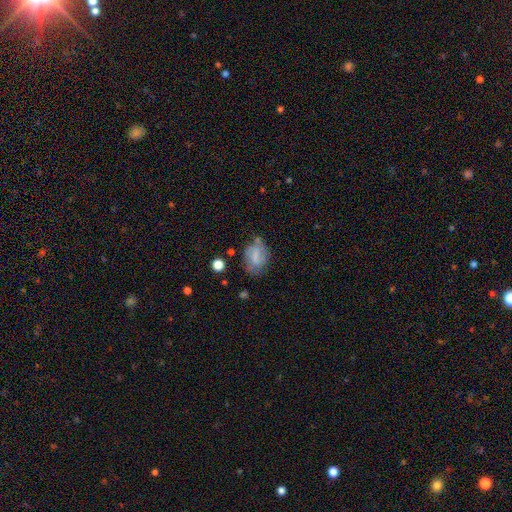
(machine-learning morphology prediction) This appears to be a smooth galaxy with no disk features (51%) that is in between round and cigar-shaped (69%). Merging: none (55%).